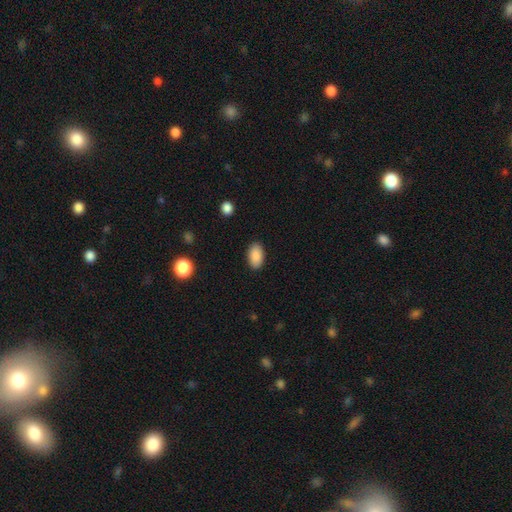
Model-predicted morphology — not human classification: smooth 90%, star or artifact 7%, featured or disk 3%. Down the decision tree: how rounded — in between (93%); merging — none (89%).